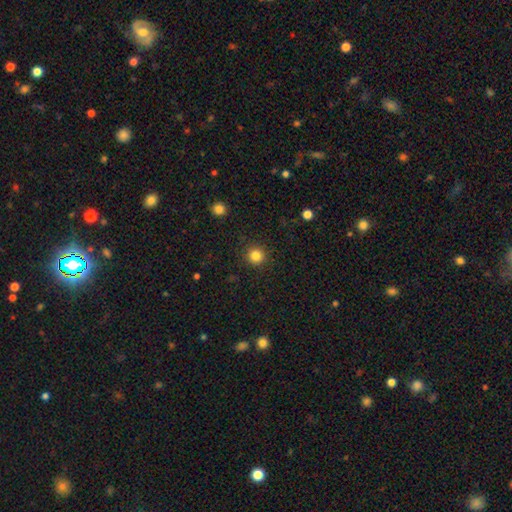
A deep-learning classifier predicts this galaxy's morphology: This appears to be a smooth galaxy with no disk features (84%) that is round (95%). Merging: none (91%).